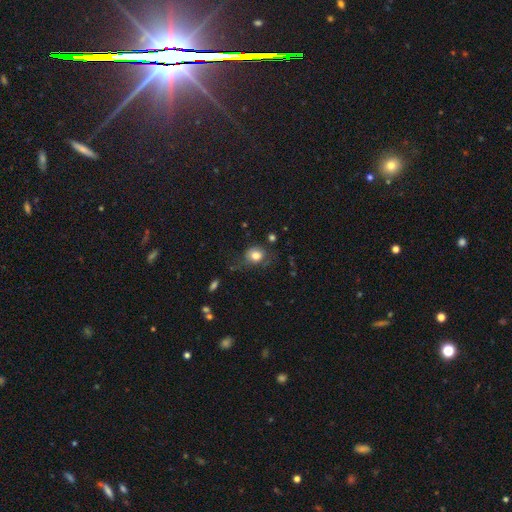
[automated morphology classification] smooth_or_featured: smooth (p=0.78) [alt: featured or disk p=0.11]
how_rounded: round (p=0.68) [alt: in between p=0.31]
merging: none (p=0.57) [alt: minor disturbance p=0.25]